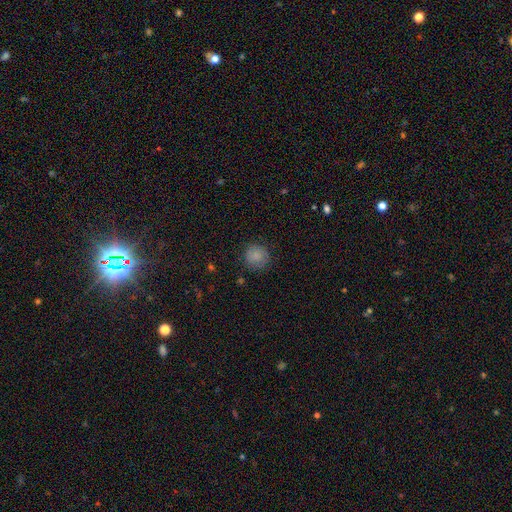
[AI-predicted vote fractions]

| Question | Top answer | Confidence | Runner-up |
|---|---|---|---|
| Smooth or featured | smooth | 84% | star or artifact (9%) |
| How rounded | round | 92% | in between (7%) |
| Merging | none | 83% | minor disturbance (12%) |